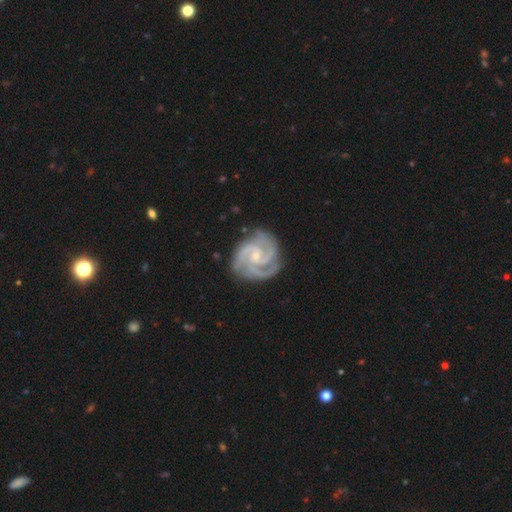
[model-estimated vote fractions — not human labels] Q: Smooth or featured?
A: featured or disk (94%); runner-up: star or artifact (3%)
Q: Edge-on disk?
A: no (98%); runner-up: yes (2%)
Q: Bar?
A: no (59%); runner-up: weak (33%)
Q: Spiral arms?
A: yes (99%); runner-up: no (1%)
Q: Spiral winding?
A: tight (59%); runner-up: medium (37%)
Q: Spiral arm count?
A: 3 (62%); runner-up: 2 (20%)
Q: Bulge size?
A: small (70%); runner-up: moderate (26%)
Q: Merging?
A: none (78%); runner-up: minor disturbance (17%)